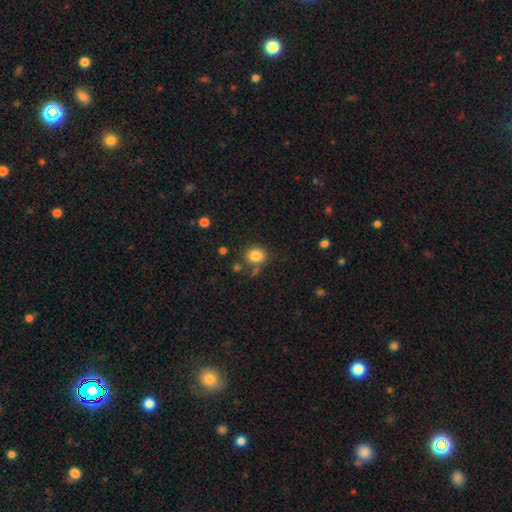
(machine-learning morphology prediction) A smooth galaxy with no disk features (83%) that is round (70%).

Vote fractions:
- Smooth or featured? smooth: 83% / star or artifact: 11% / featured or disk: 6%
- How rounded? round: 70% / in between: 29% / cigar-shaped: 1%
- Merging? none: 71% / minor disturbance: 14% / merger: 9% / major disturbance: 5%